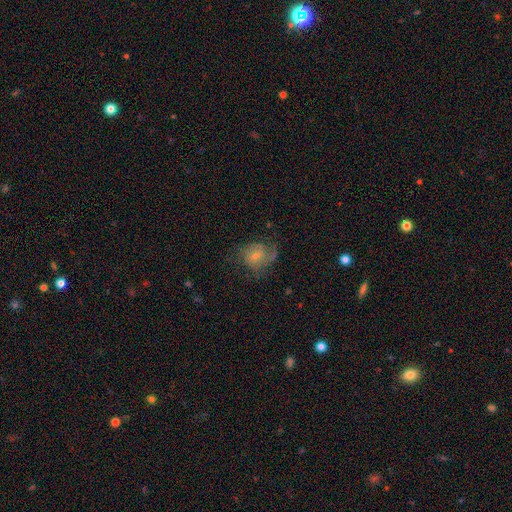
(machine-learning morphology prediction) Overall: featured or disk (63%; smooth 26%). Edge-on disk: no (97%). Bar: no (73%). Spiral arms: yes (86%). Spiral arm count: 2 (38%; can't tell 27%). Spiral winding: medium (40%; tight 39%). Bulge size: small (56%; moderate 36%). Merging: none (61%).